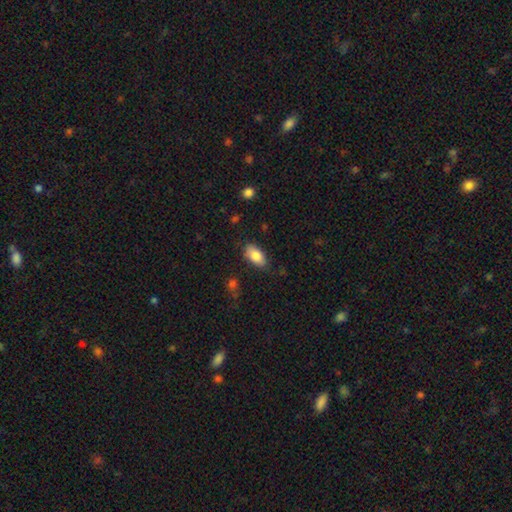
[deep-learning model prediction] smooth-or-featured: smooth: 82% | featured or disk: 11% | star or artifact: 7%
  how-rounded: in between: 92% | cigar-shaped: 4% | round: 4%
  merging: none: 77% | minor disturbance: 18% | major disturbance: 4% | merger: 2%